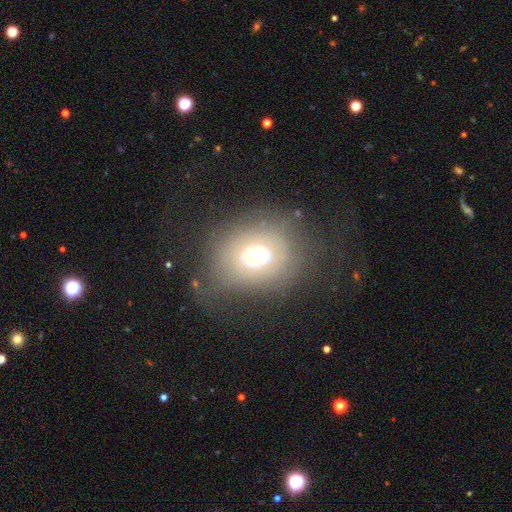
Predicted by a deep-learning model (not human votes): This is marginally a featured or disk galaxy (44%, tied with smooth). Merging: possibly none (59%).